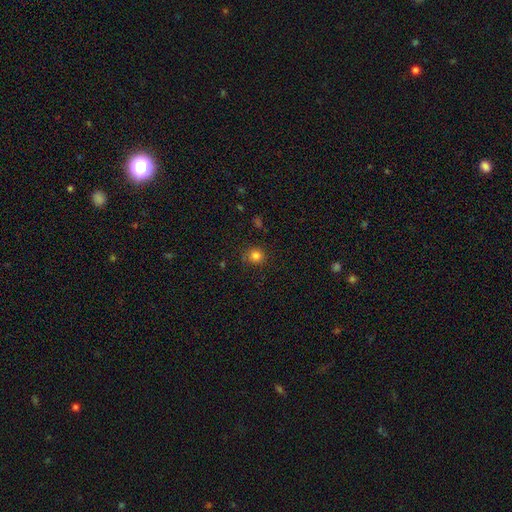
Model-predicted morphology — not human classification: A smooth galaxy with no disk features (82%) that is round (90%).

Vote fractions:
- Smooth or featured? smooth: 82% / star or artifact: 13% / featured or disk: 5%
- How rounded? round: 90% / in between: 9% / cigar-shaped: 1%
- Merging? none: 82% / minor disturbance: 12% / major disturbance: 3% / merger: 2%